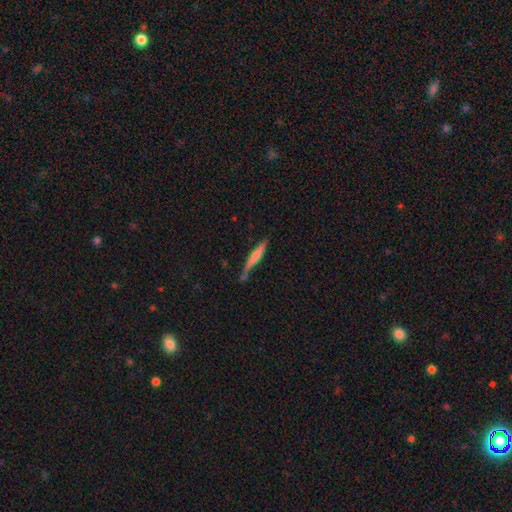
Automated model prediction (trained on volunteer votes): Q: Smooth or featured?
A: smooth (60%); runner-up: featured or disk (35%)
Q: How rounded?
A: cigar-shaped (93%); runner-up: in between (6%)
Q: Merging?
A: none (63%); runner-up: minor disturbance (23%)